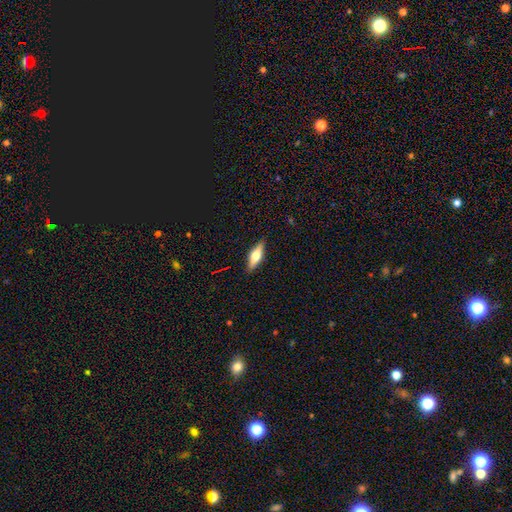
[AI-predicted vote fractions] Morphology: type=featured or disk (47%); merging=none (89%).